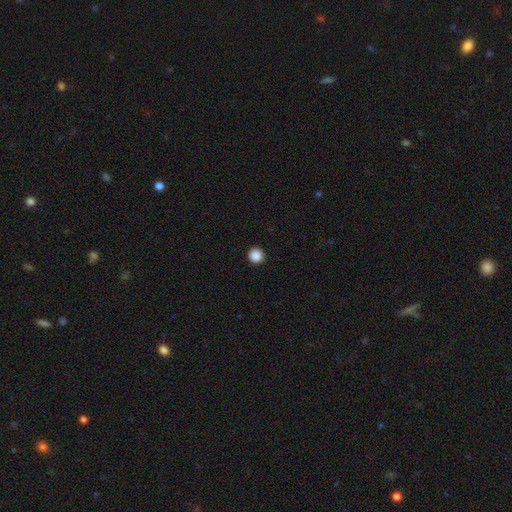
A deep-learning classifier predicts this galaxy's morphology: type=smooth (88%); roundness=round (96%); merging=none (94%).